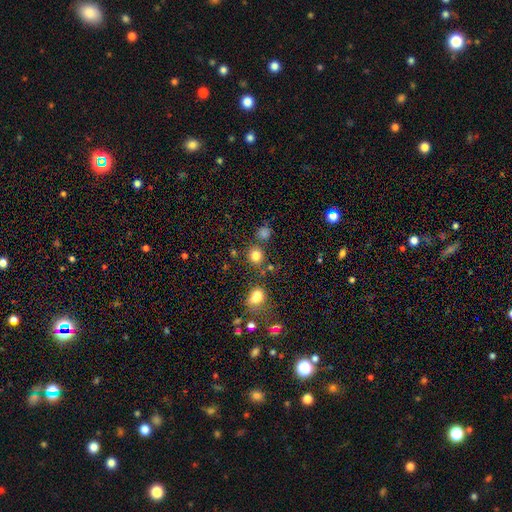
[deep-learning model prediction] Morphology: type=smooth (79%); roundness=round (85%); merging=none (76%).